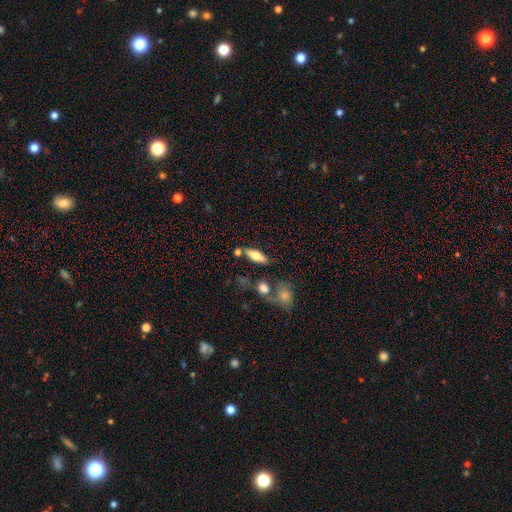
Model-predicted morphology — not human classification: The model was most divided on "smooth or featured": smooth: 60%, featured or disk: 33%, star or artifact: 7%. More confident: merging — none (71%); how rounded — in between (64%).